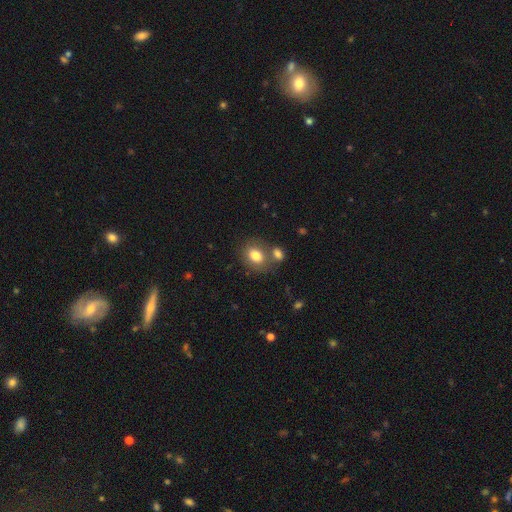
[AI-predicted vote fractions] Overall: smooth (80%). How rounded: in between (60%; round 39%). Merging: none (58%; merger 26%).